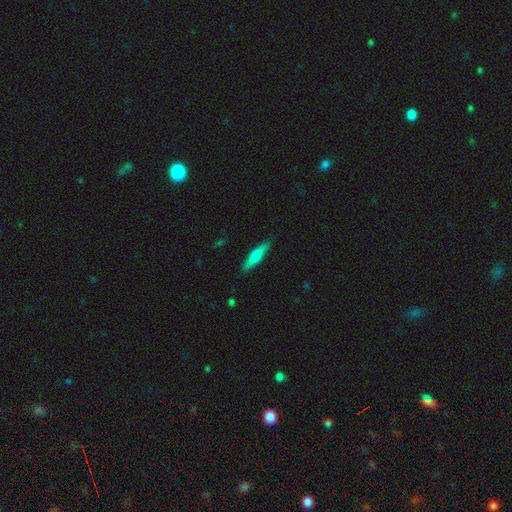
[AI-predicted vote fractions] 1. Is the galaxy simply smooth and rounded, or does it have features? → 61% smooth, 33% featured or disk, 6% star or artifact.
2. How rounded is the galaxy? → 80% cigar-shaped, 19% in between, 2% round.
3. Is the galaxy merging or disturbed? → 89% none, 8% minor disturbance, 2% major disturbance, 1% merger.